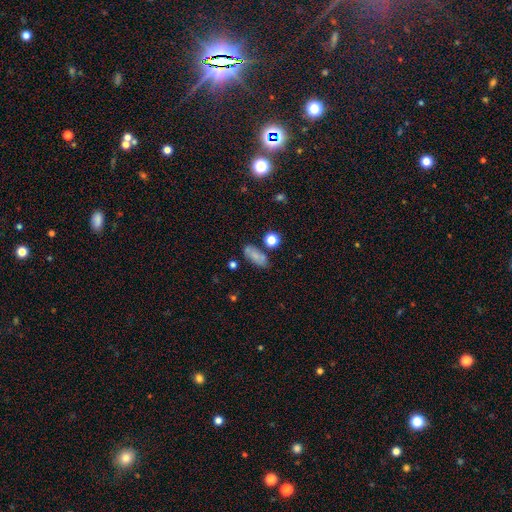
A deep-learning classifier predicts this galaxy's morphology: smooth 74%, featured or disk 15%, star or artifact 11%. Down the decision tree: how rounded — in between (74%); merging — none (66%).